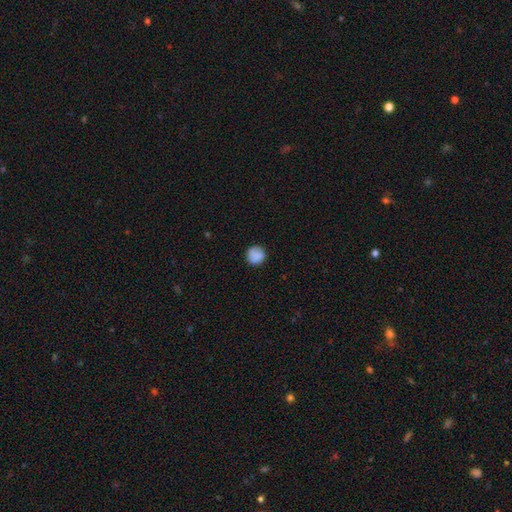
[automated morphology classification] smooth 86%, star or artifact 8%, featured or disk 6%. Down the decision tree: how rounded — round (93%); merging — none (86%).